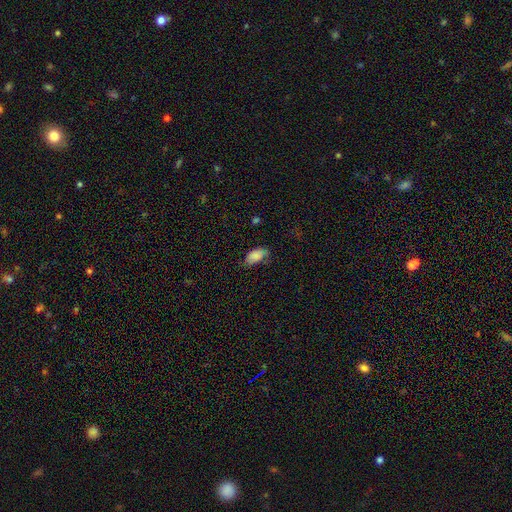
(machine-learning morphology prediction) Overall: smooth (85%). How rounded: in between (93%). Merging: none (55%; minor disturbance 32%).